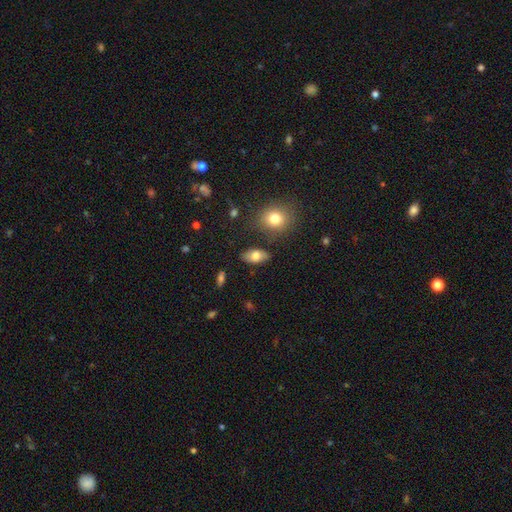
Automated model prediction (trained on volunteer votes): A smooth galaxy with no disk features (75%) that is in between round and cigar-shaped (91%).

Vote fractions:
- Smooth or featured? smooth: 75% / featured or disk: 17% / star or artifact: 8%
- How rounded? in between: 91% / round: 5% / cigar-shaped: 4%
- Merging? none: 83% / minor disturbance: 12% / merger: 3% / major disturbance: 3%